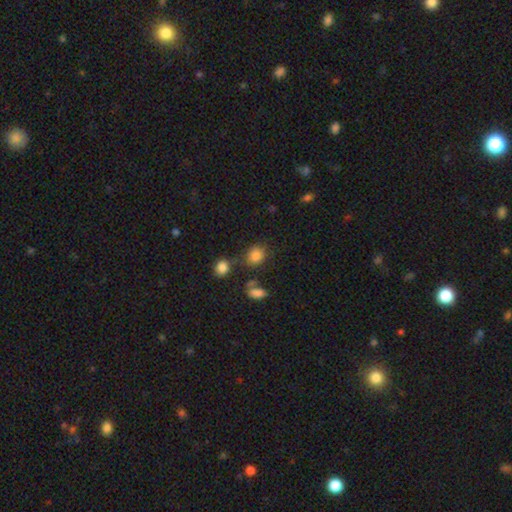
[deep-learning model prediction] Smooth or featured? smooth (83%)
How rounded? round (62%)
Merging? none (67%)